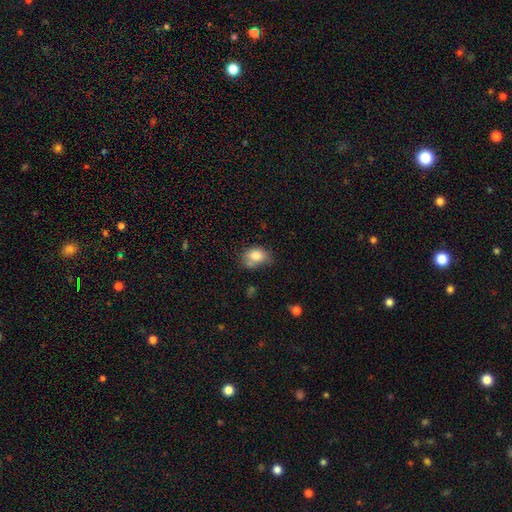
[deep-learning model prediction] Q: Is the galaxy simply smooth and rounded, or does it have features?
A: smooth — 78%.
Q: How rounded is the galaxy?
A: in between — 69%.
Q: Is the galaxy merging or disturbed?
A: none — 47%.